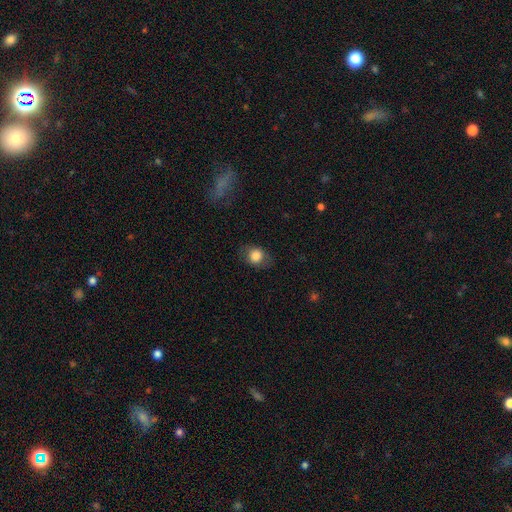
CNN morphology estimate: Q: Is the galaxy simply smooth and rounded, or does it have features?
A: smooth — 80%.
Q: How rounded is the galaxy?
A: round — 54%.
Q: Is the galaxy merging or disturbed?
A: none — 78%.